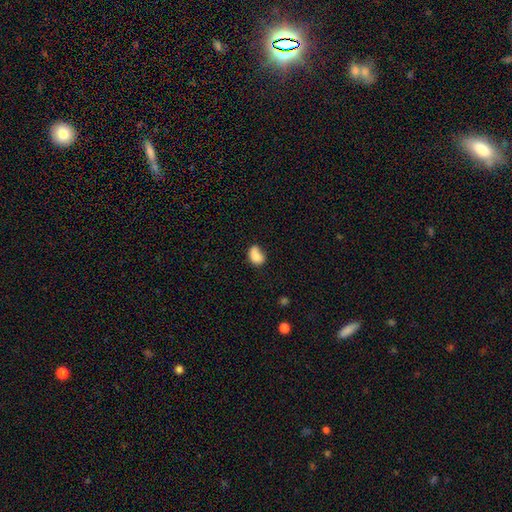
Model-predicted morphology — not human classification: Smooth or featured?
  - smooth: 82% *
  - featured or disk: 9%
  - star or artifact: 9%
How rounded?
  - in between: 76% *
  - round: 22%
  - cigar-shaped: 2%
Merging?
  - none: 46% *
  - minor disturbance: 33%
  - major disturbance: 11%
  - merger: 9%